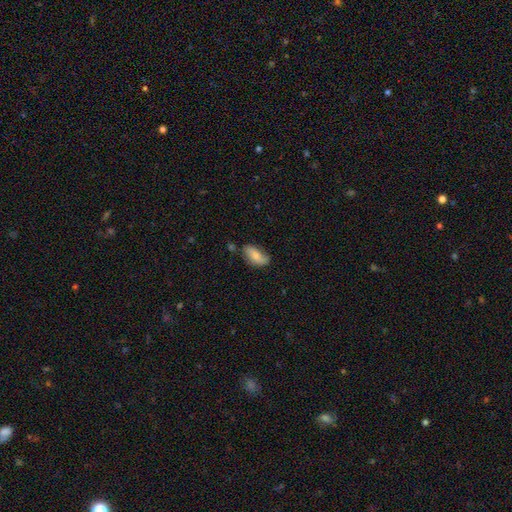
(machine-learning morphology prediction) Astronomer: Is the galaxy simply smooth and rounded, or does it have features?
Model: smooth — 65%.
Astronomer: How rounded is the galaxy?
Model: in between — 90%.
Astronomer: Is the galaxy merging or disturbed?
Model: none — 63%.